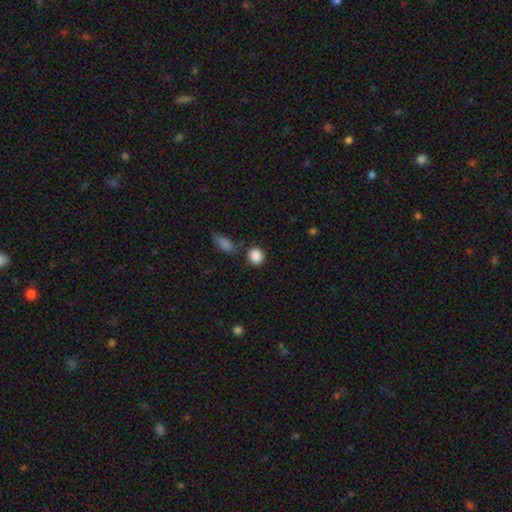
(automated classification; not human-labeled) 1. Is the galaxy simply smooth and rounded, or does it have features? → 88% smooth, 9% star or artifact, 4% featured or disk.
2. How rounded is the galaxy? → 82% round, 17% in between, 1% cigar-shaped.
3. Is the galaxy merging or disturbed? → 78% none, 11% minor disturbance, 8% merger, 3% major disturbance.